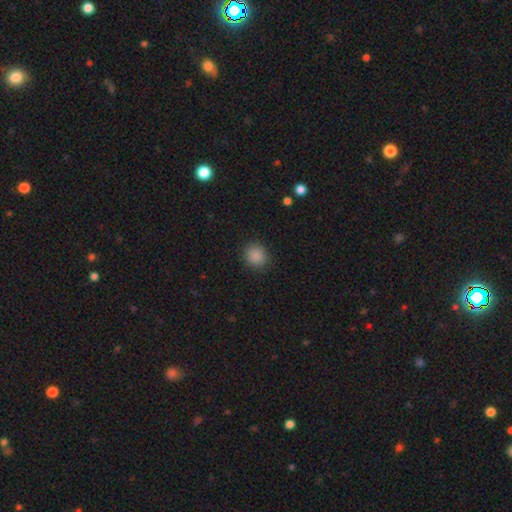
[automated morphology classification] Smooth or featured?
  - smooth: 87% *
  - star or artifact: 10%
  - featured or disk: 3%
How rounded?
  - round: 85% *
  - in between: 14%
  - cigar-shaped: 1%
Merging?
  - none: 89% *
  - minor disturbance: 7%
  - major disturbance: 2%
  - merger: 1%